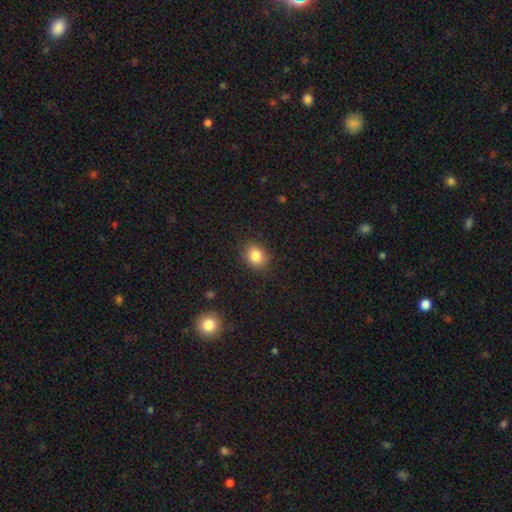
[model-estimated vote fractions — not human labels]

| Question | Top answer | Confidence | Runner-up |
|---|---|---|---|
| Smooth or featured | smooth | 84% | star or artifact (10%) |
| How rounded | round | 59% | in between (40%) |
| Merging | none | 86% | minor disturbance (10%) |